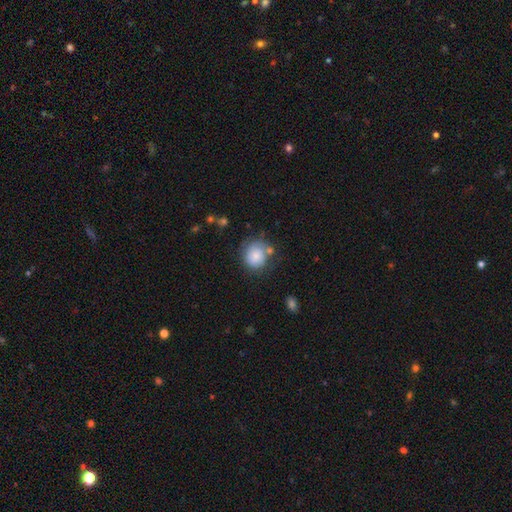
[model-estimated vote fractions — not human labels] Q: Smooth or featured?
A: smooth (70%); runner-up: featured or disk (22%)
Q: How rounded?
A: round (80%); runner-up: in between (19%)
Q: Merging?
A: none (60%); runner-up: minor disturbance (22%)